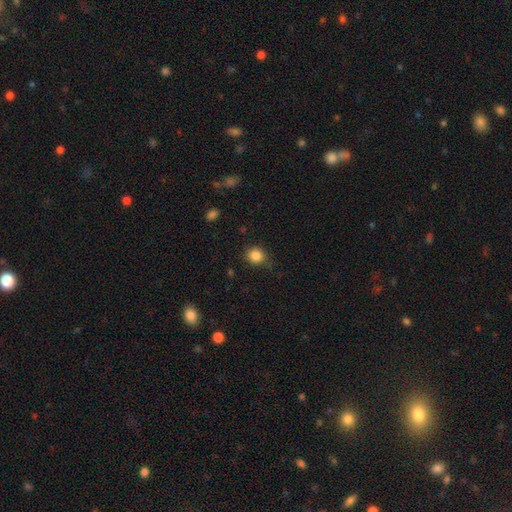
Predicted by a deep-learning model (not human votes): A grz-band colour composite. It shows a smooth galaxy with no disk features (85%) that is round (82%). Merging: none (80%).